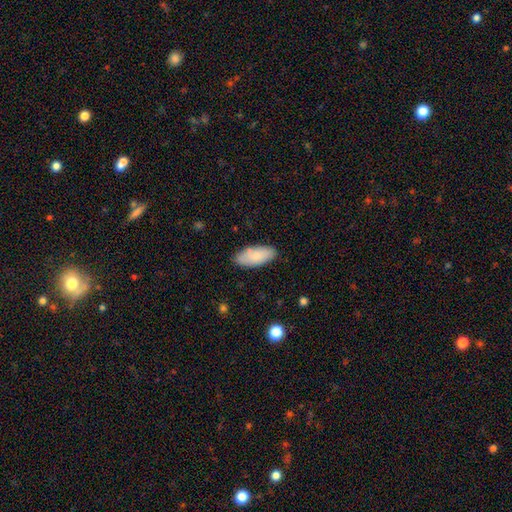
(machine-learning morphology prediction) smooth 81%, featured or disk 13%, star or artifact 6%. Down the decision tree: how rounded — in between (86%); merging — none (82%).